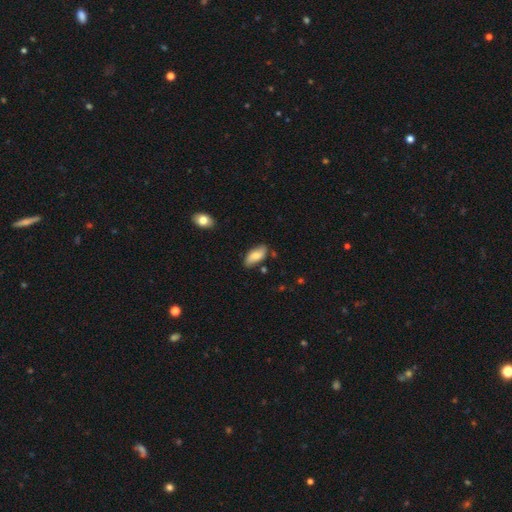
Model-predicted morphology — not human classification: Smooth or featured? smooth (73%)
How rounded? in between (89%)
Merging? none (76%)